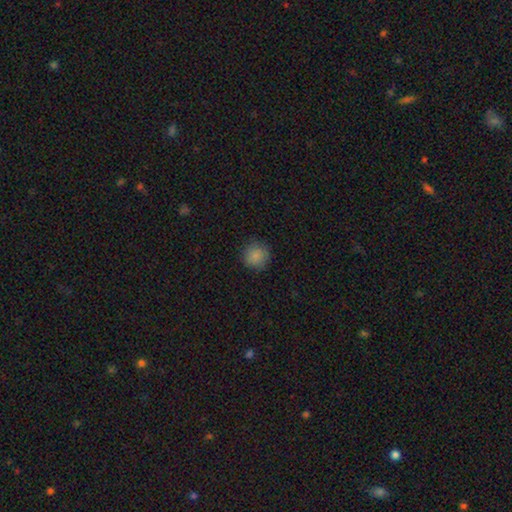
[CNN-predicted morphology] A smooth galaxy with no disk features (86%) that is round (93%). Merging: none (87%).